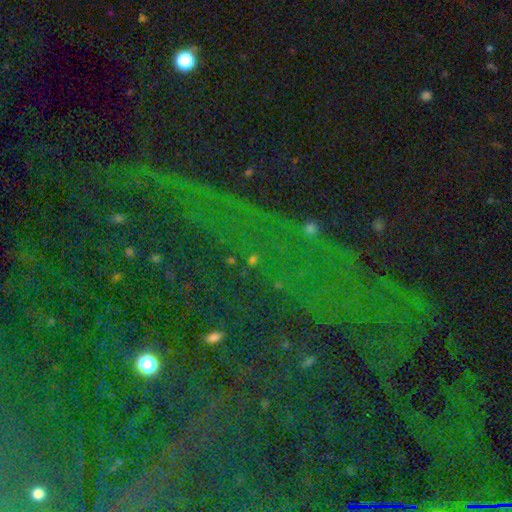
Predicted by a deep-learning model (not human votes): The model was most divided on "smooth or featured": star or artifact: 82%, smooth: 9%, featured or disk: 8%.